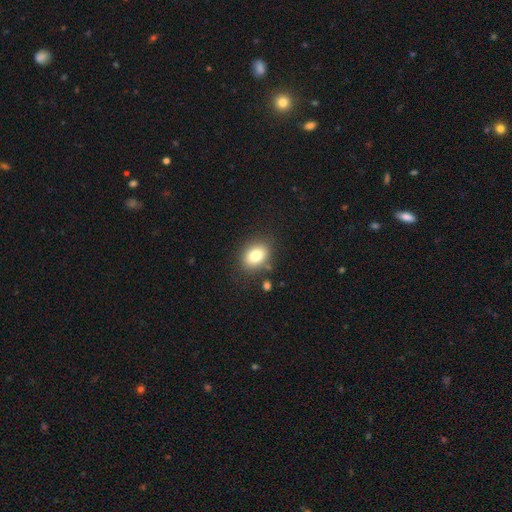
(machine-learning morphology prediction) smooth 80%, featured or disk 10%, star or artifact 10%. Down the decision tree: how rounded — in between (66%); merging — none (81%).